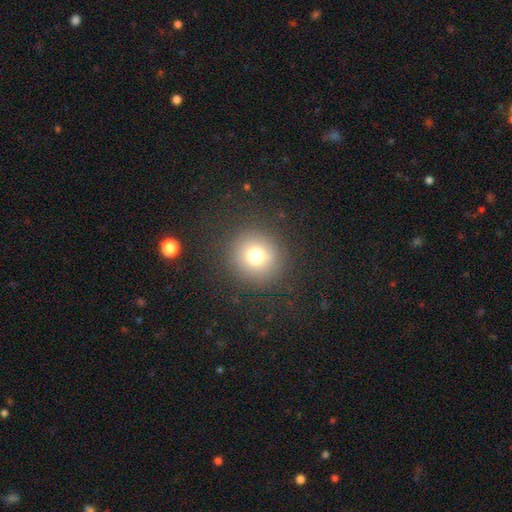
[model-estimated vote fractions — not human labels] Smooth or featured? smooth (73%)
How rounded? round (93%)
Merging? none (87%)